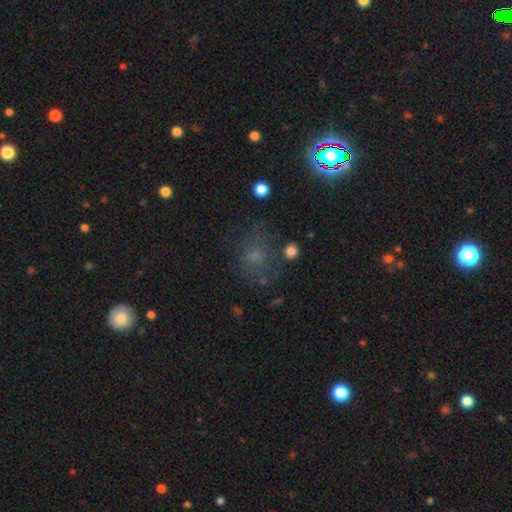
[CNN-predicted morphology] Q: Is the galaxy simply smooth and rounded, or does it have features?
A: smooth — 50%.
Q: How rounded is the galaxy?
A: round — 67%.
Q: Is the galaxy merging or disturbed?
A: none — 61%.